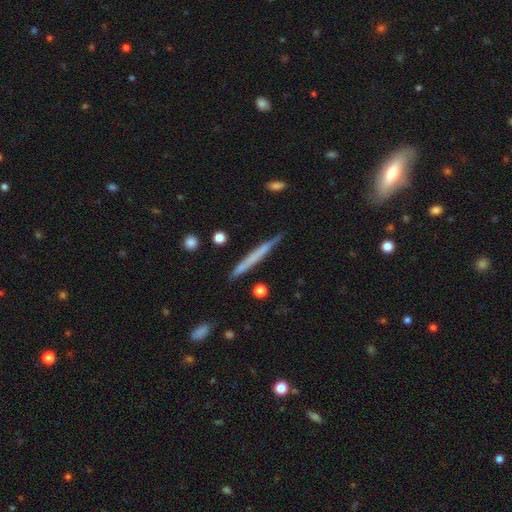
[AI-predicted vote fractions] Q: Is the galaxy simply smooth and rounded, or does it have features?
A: smooth — 52%.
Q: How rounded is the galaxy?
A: cigar-shaped — 96%.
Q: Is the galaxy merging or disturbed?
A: none — 85%.